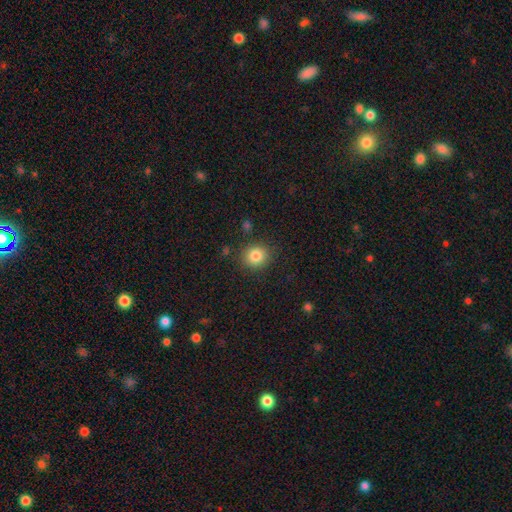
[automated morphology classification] type=smooth (83%); roundness=round (85%); merging=none (87%).